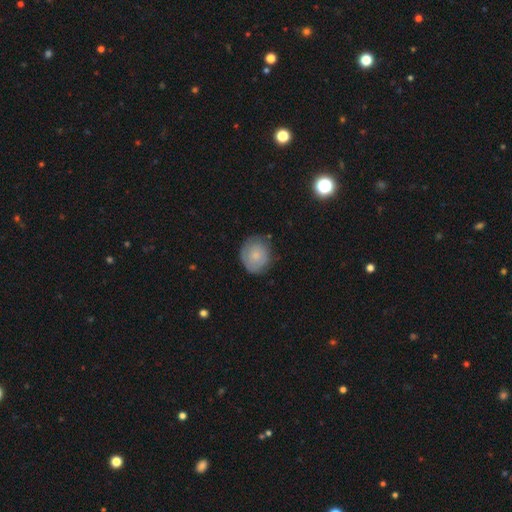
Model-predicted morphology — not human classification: smooth 66%, featured or disk 27%, star or artifact 7%. Down the decision tree: how rounded — round (73%); merging — none (71%).